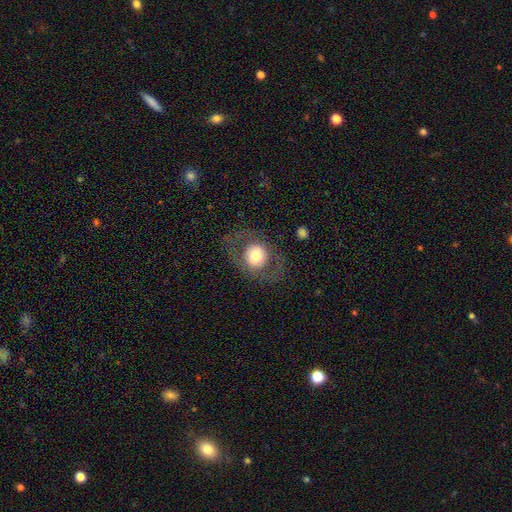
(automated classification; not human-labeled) The model was most divided on "smooth or featured": smooth: 58%, featured or disk: 34%, star or artifact: 8%. More confident: how rounded — round (77%); merging — none (76%).